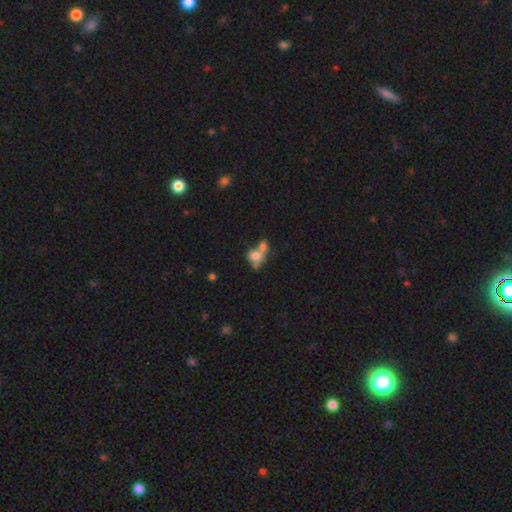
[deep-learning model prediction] A smooth galaxy with no disk features (69%) that is in between round and cigar-shaped (55%).

Vote fractions:
- Smooth or featured? smooth: 69% / featured or disk: 20% / star or artifact: 11%
- How rounded? in between: 55% / round: 42% / cigar-shaped: 2%
- Merging? merger: 63% / none: 21% / minor disturbance: 9% / major disturbance: 8%